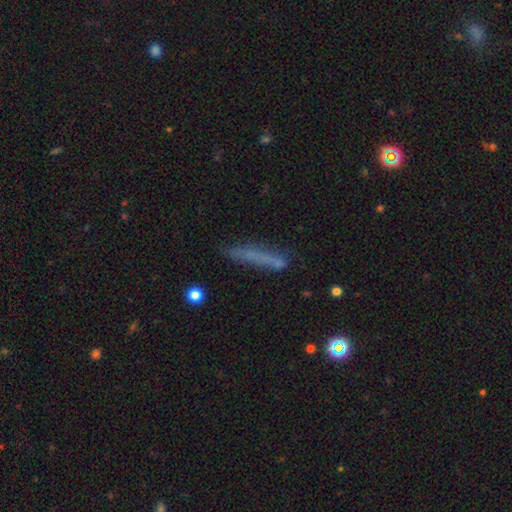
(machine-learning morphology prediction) A smooth galaxy with no disk features (62%) that is cigar-shaped (93%). Merging: none (71%).